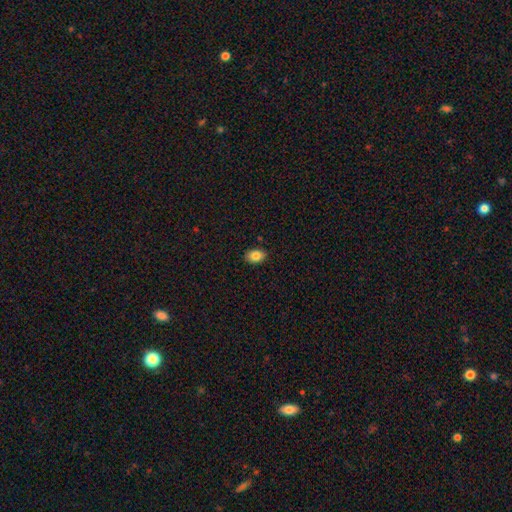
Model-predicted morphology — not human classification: A smooth galaxy with no disk features (84%) that is in between round and cigar-shaped (82%). Merging: none (88%).